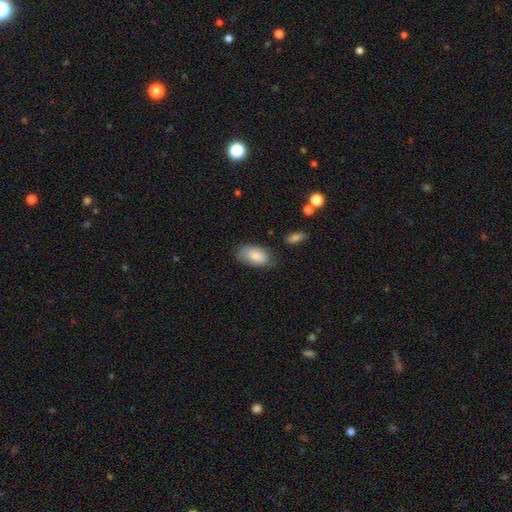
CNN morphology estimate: smooth_or_featured: smooth (p=0.83) [alt: featured or disk p=0.10]
how_rounded: in between (p=0.94) [alt: round p=0.04]
merging: none (p=0.64) [alt: minor disturbance p=0.26]